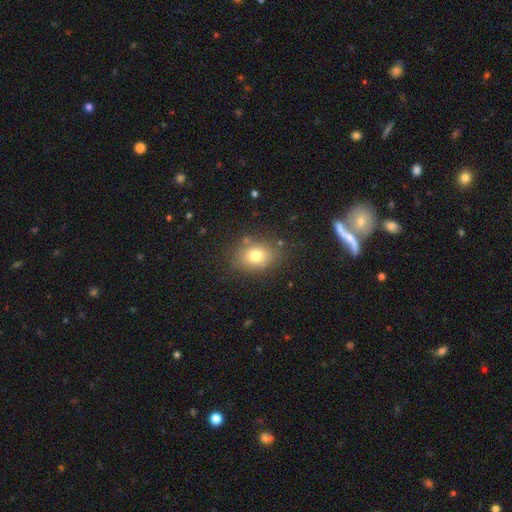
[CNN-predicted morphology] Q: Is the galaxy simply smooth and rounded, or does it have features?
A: smooth — 77%.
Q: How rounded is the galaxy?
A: in between — 57%.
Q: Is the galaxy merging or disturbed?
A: none — 81%.